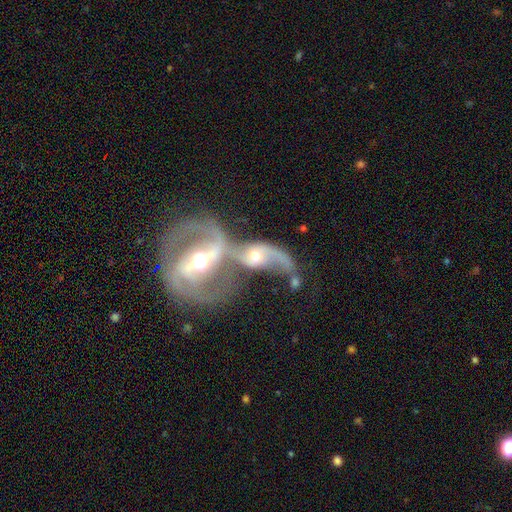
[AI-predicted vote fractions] Smooth or featured: featured or disk — 83% (smooth — 11%)
Edge-on disk: no — 94% (yes — 6%)
Bar: no — 37% (weak — 33%)
Spiral arms: yes — 90% (no — 10%)
Spiral winding: loose — 59% (medium — 32%)
Spiral arm count: 2 — 83% (1 — 7%)
Bulge size: moderate — 68% (small — 22%)
Merging: merger — 74% (none — 12%)